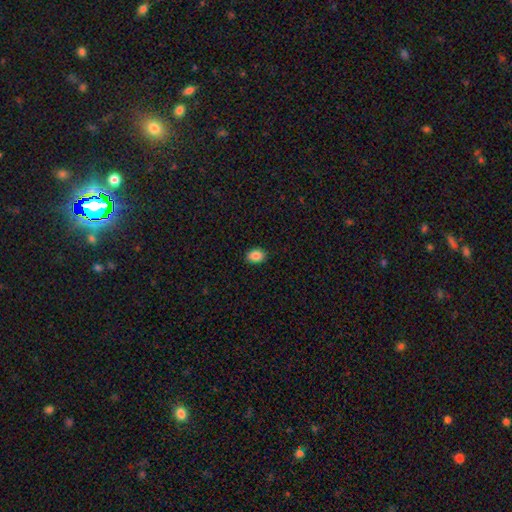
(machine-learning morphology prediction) smooth-or-featured: smooth: 87% | star or artifact: 9% | featured or disk: 5%
  how-rounded: in between: 67% | round: 32% | cigar-shaped: 1%
  merging: none: 89% | minor disturbance: 8% | major disturbance: 2% | merger: 1%